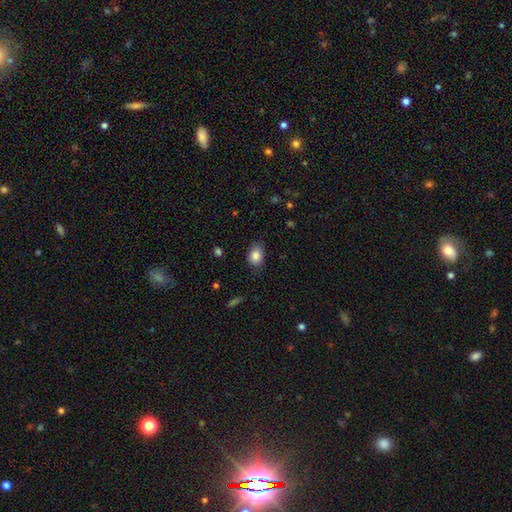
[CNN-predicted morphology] Smooth or featured? smooth (86%)
How rounded? in between (72%)
Merging? none (76%)